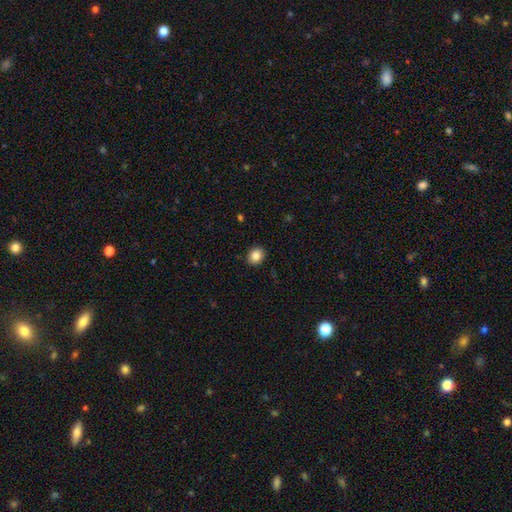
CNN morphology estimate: smooth-or-featured: smooth: 85% | star or artifact: 10% | featured or disk: 6%
  how-rounded: round: 60% | in between: 39% | cigar-shaped: 1%
  merging: none: 90% | minor disturbance: 7% | major disturbance: 2% | merger: 1%